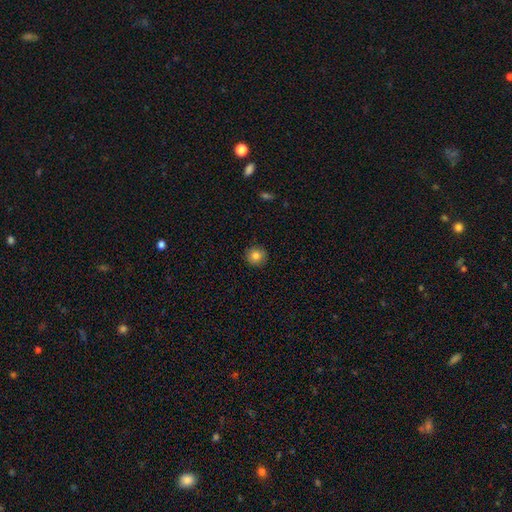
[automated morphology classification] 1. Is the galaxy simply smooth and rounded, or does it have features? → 83% smooth, 10% star or artifact, 7% featured or disk.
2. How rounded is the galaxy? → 94% round, 5% in between, 1% cigar-shaped.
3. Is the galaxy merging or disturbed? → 91% none, 7% minor disturbance, 2% major disturbance, 1% merger.